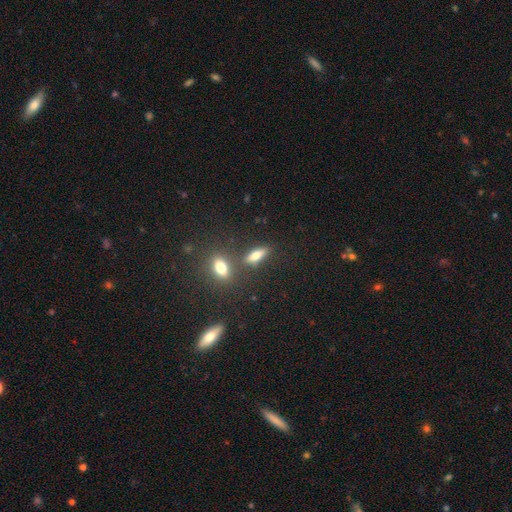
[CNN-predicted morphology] smooth 67%, featured or disk 22%, star or artifact 11%. Down the decision tree: how rounded — in between (53%); merging — none (73%).